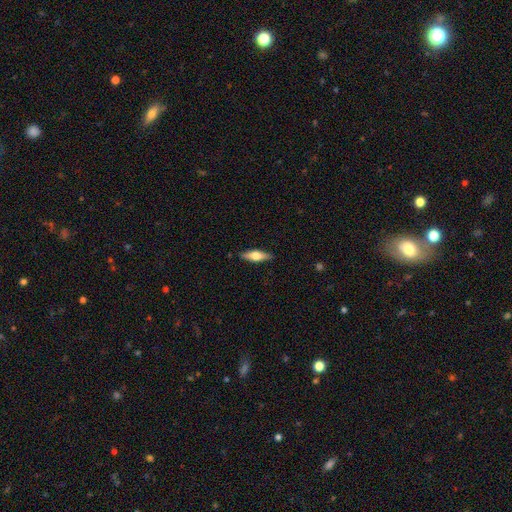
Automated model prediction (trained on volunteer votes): Overall: smooth (52%; featured or disk 42%). How rounded: cigar-shaped (50%; in between 47%). Merging: none (88%).